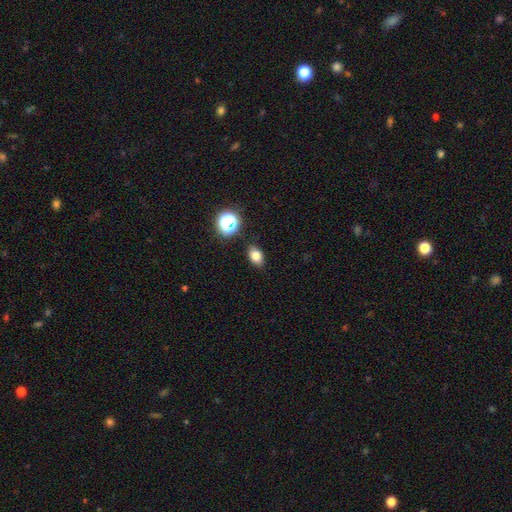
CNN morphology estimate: A smooth galaxy with no disk features (77%) that is in between round and cigar-shaped (80%).

Vote fractions:
- Smooth or featured? smooth: 77% / star or artifact: 14% / featured or disk: 9%
- How rounded? in between: 80% / round: 19% / cigar-shaped: 2%
- Merging? none: 86% / minor disturbance: 10% / major disturbance: 2% / merger: 2%